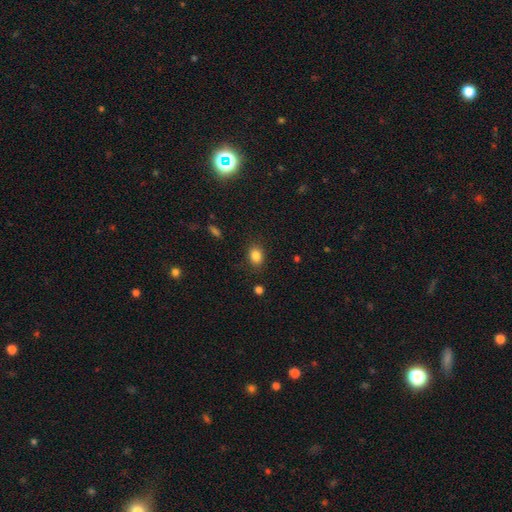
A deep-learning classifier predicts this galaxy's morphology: Smooth or featured?
  - smooth: 84% *
  - star or artifact: 10%
  - featured or disk: 5%
How rounded?
  - in between: 62% *
  - round: 37%
  - cigar-shaped: 1%
Merging?
  - none: 84% *
  - minor disturbance: 11%
  - major disturbance: 3%
  - merger: 1%